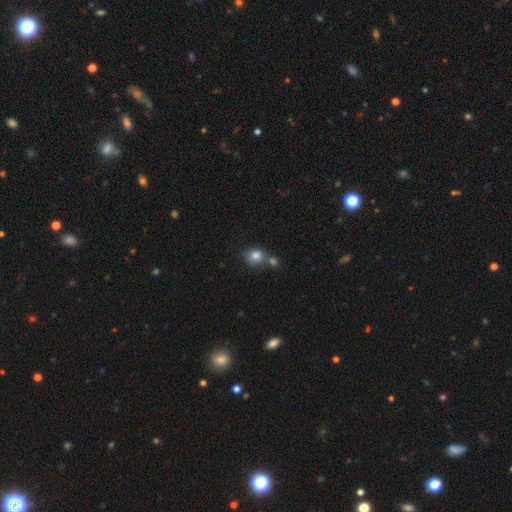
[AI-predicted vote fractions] Smooth or featured? smooth (83%)
How rounded? round (64%)
Merging? none (49%)